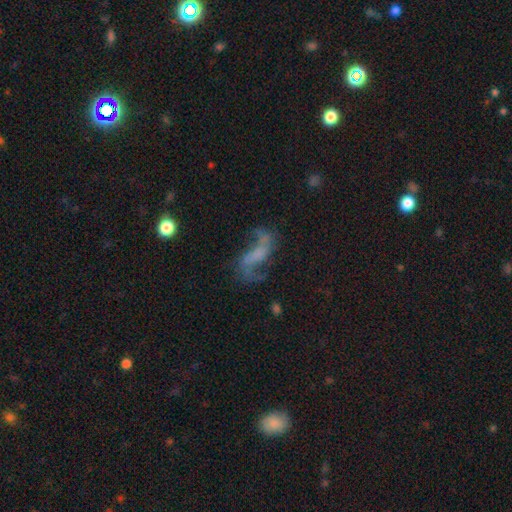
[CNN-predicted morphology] type=featured or disk (71%); edge-on=no (94%); bar=no (38%); spiral arms=yes (83%); winding=loose (83%); arm count=2 (88%); bulge=none (65%); merging=none (51%).